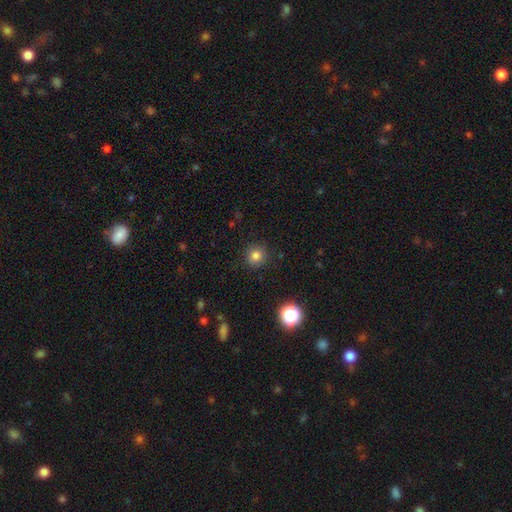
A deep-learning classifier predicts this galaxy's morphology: Smooth or featured? smooth (79%)
How rounded? round (91%)
Merging? none (89%)